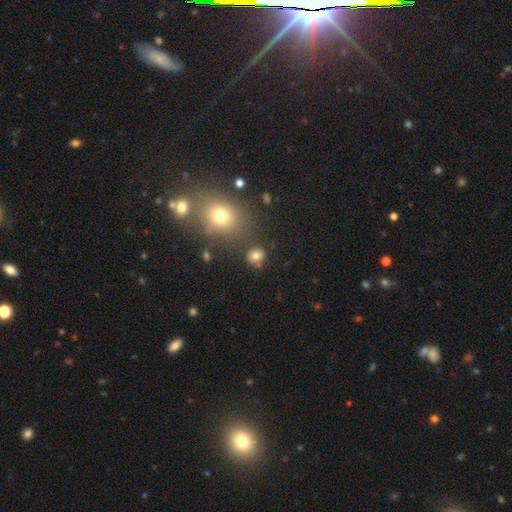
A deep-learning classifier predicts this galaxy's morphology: type=smooth (78%); roundness=round (79%); merging=none (77%).